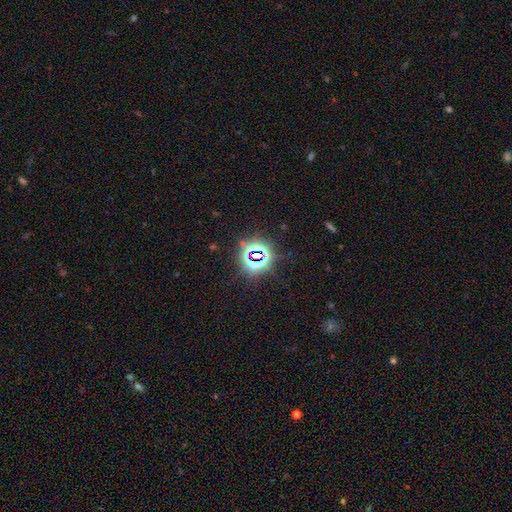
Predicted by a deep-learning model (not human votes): star or artifact 77%, smooth 14%, featured or disk 8%.